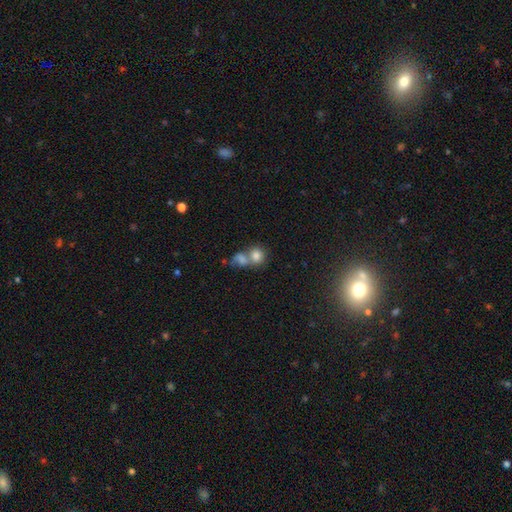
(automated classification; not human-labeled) Smooth or featured: smooth — 79% (featured or disk — 11%)
How rounded: round — 74% (in between — 25%)
Merging: merger — 58% (none — 31%)